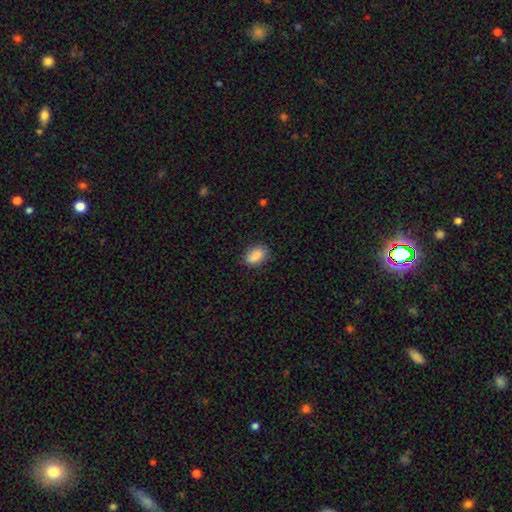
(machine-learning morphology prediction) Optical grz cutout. It shows a smooth galaxy with no disk features (88%) that is in between round and cigar-shaped (87%). Merging: none (82%).